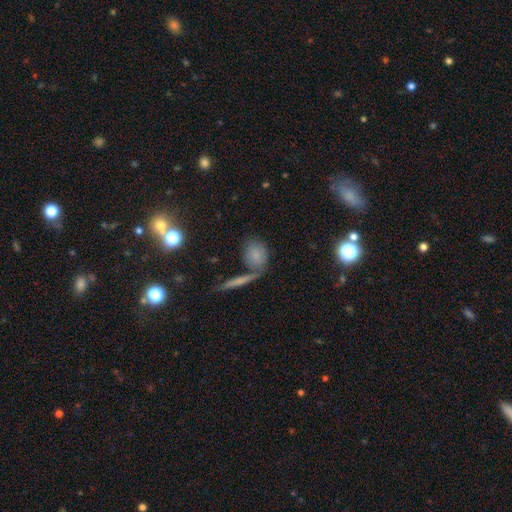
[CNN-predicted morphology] This is likely a smooth galaxy (72%). How rounded: possibly round (48%). Merging: possibly none (60%).